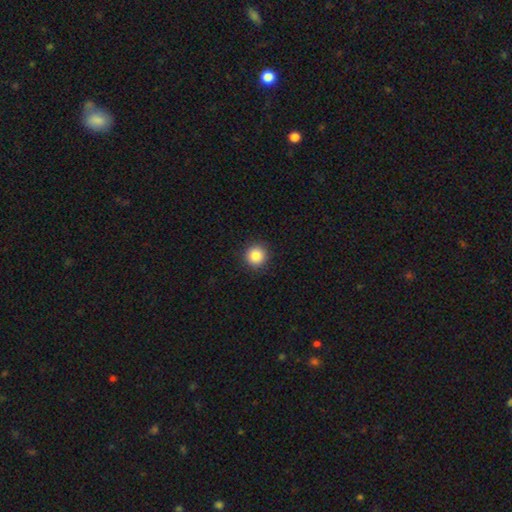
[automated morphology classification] Overall: smooth (86%). How rounded: round (95%). Merging: none (92%).